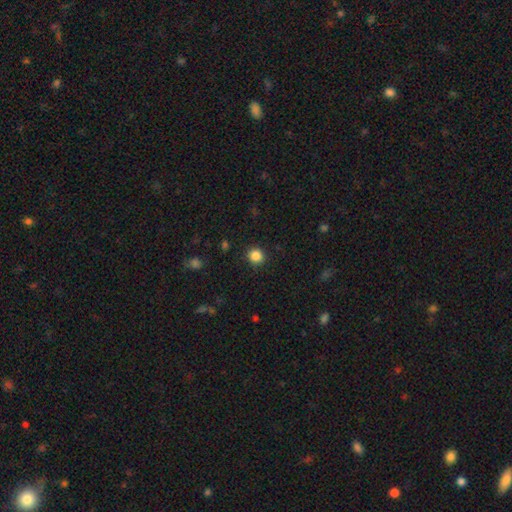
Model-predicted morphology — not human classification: This is clearly a smooth galaxy (85%). How rounded: clearly round (90%). Merging: clearly none (91%).